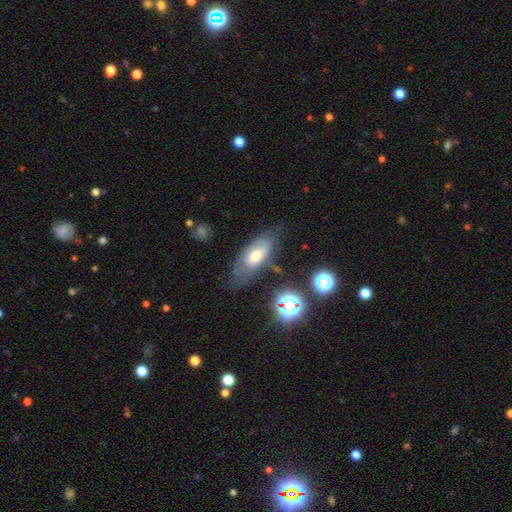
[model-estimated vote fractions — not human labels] A featured or disk galaxy (48%). Merging: none (53%).